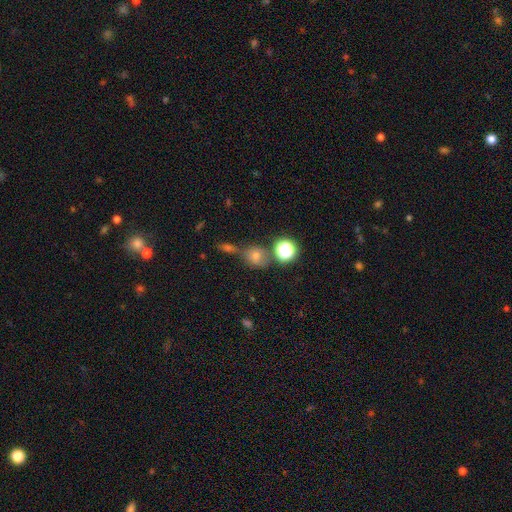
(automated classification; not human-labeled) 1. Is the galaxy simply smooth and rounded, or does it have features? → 64% smooth, 23% star or artifact, 13% featured or disk.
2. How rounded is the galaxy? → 74% round, 24% in between, 2% cigar-shaped.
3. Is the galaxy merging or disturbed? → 58% none, 25% merger, 12% minor disturbance, 5% major disturbance.